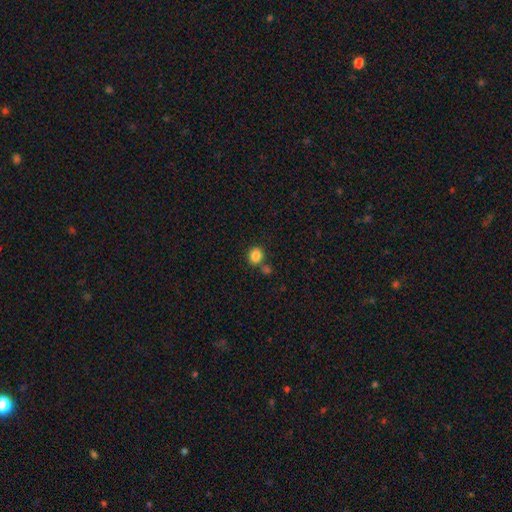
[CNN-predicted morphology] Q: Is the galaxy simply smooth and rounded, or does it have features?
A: smooth — 85%.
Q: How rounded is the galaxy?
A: round — 80%.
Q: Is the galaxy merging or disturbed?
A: none — 72%.